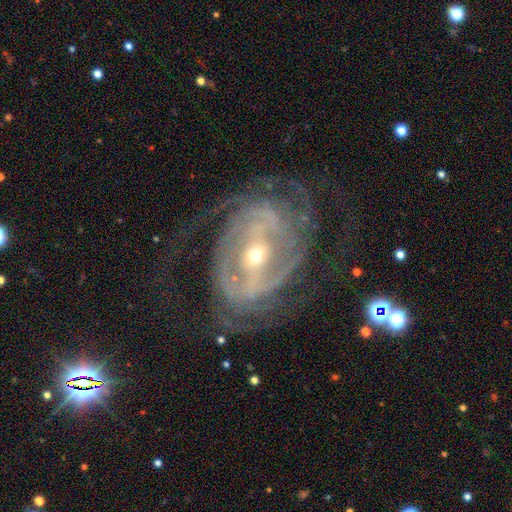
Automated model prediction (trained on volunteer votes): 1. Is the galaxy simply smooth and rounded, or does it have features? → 90% featured or disk, 5% star or artifact, 5% smooth.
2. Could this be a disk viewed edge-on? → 96% no, 4% yes.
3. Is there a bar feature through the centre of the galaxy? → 36% strong, 34% weak, 30% no.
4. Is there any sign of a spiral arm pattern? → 95% yes, 5% no.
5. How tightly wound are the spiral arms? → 50% tight, 37% medium, 12% loose.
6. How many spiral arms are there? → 43% 2, 21% can't tell, 15% 3, 8% 4, 6% more than 4, 6% 1.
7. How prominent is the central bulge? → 59% small, 38% moderate, 2% large, 1% dominant, 1% none.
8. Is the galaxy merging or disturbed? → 64% none, 18% minor disturbance, 15% major disturbance, 2% merger.